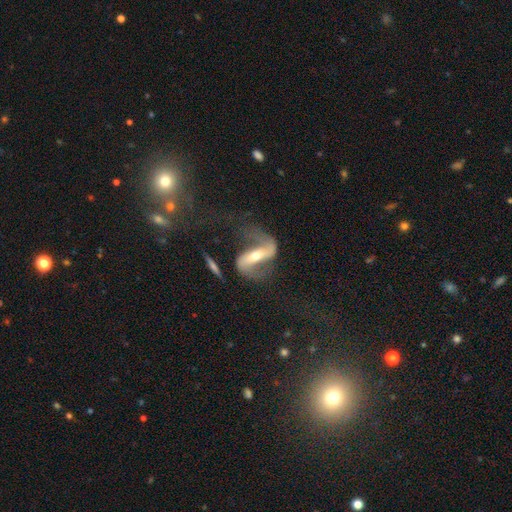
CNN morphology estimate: Q: Smooth or featured?
A: featured or disk (87%); runner-up: smooth (7%)
Q: Edge-on disk?
A: no (93%); runner-up: yes (7%)
Q: Bar?
A: strong (60%); runner-up: weak (24%)
Q: Spiral arms?
A: yes (95%); runner-up: no (5%)
Q: Spiral winding?
A: loose (69%); runner-up: medium (24%)
Q: Spiral arm count?
A: 2 (91%); runner-up: 1 (4%)
Q: Bulge size?
A: moderate (53%); runner-up: small (40%)
Q: Merging?
A: none (57%); runner-up: major disturbance (23%)